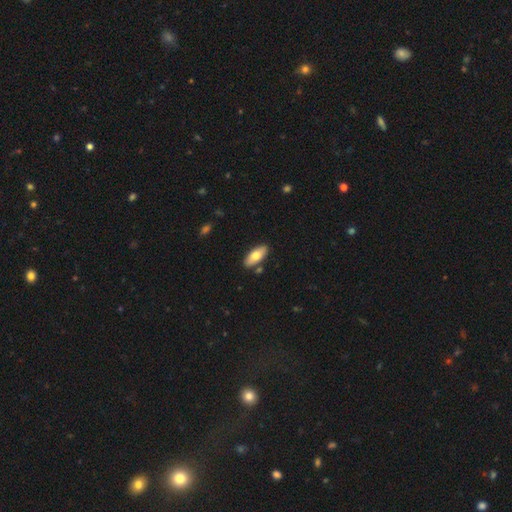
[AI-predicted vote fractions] Smooth or featured?
  - smooth: 71% *
  - featured or disk: 23%
  - star or artifact: 6%
How rounded?
  - in between: 82% *
  - cigar-shaped: 15%
  - round: 2%
Merging?
  - none: 85% *
  - minor disturbance: 9%
  - merger: 4%
  - major disturbance: 2%